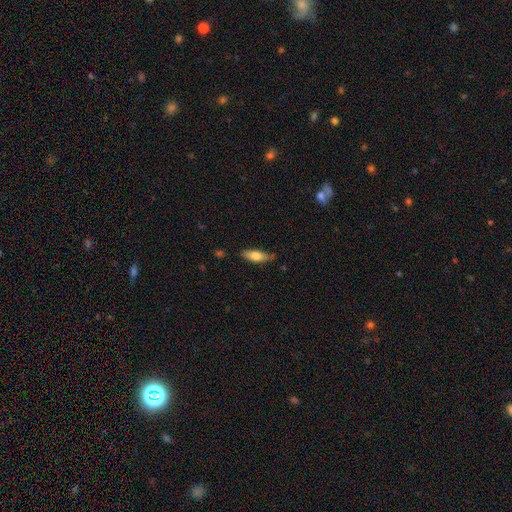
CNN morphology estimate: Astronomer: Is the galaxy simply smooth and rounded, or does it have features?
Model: smooth — 72%.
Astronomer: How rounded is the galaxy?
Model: in between — 65%.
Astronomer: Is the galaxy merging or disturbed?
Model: none — 70%.